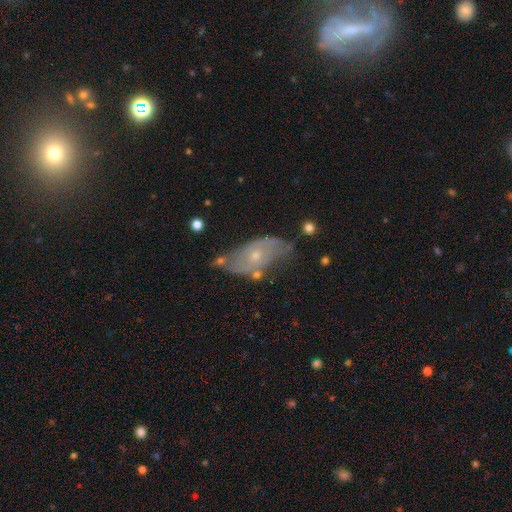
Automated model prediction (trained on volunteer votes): This is likely a featured or disk galaxy (67%). It is clearly not viewed edge-on (91%). Bar: likely no (78%). Spiral arm pattern: likely yes (72%). Central bulge: likely small (64%). Merging: possibly none (52%).